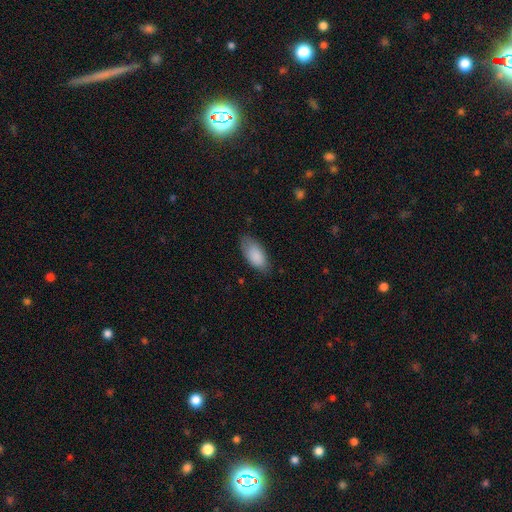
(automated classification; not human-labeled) A smooth galaxy with no disk features (88%) that is in between round and cigar-shaped (91%).

Vote fractions:
- Smooth or featured? smooth: 88% / featured or disk: 6% / star or artifact: 6%
- How rounded? in between: 91% / cigar-shaped: 7% / round: 2%
- Merging? none: 75% / minor disturbance: 20% / major disturbance: 4% / merger: 1%